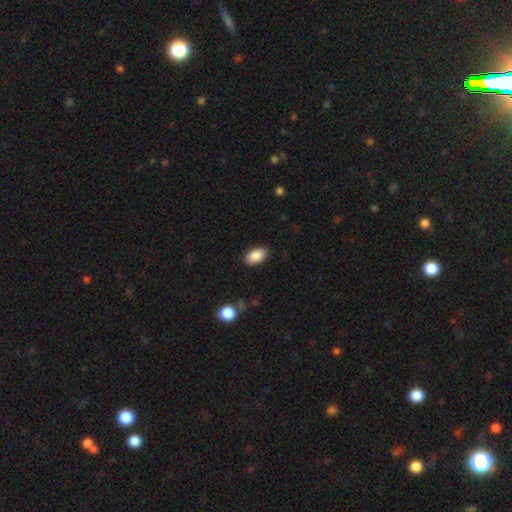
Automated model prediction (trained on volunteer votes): A smooth galaxy with no disk features (88%) that is in between round and cigar-shaped (93%).

Vote fractions:
- Smooth or featured? smooth: 88% / star or artifact: 7% / featured or disk: 4%
- How rounded? in between: 93% / round: 5% / cigar-shaped: 2%
- Merging? none: 87% / minor disturbance: 10% / major disturbance: 2% / merger: 1%